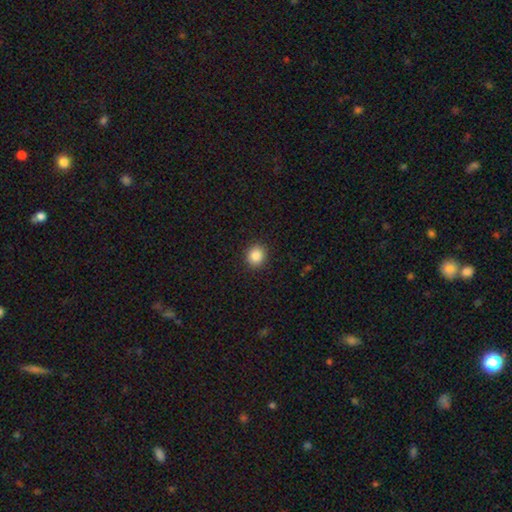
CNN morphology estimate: Smooth or featured: smooth — 86% (star or artifact — 10%)
How rounded: round — 84% (in between — 15%)
Merging: none — 91% (minor disturbance — 6%)